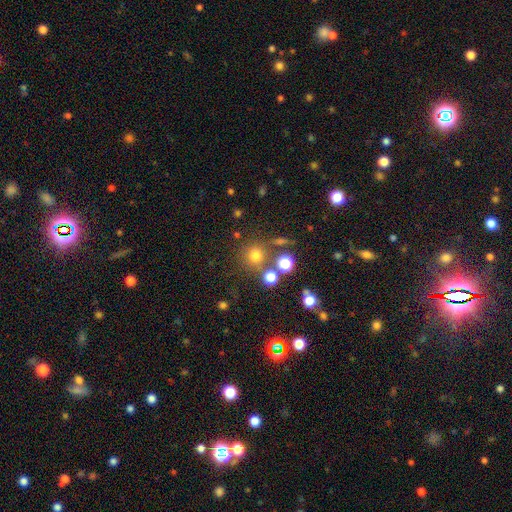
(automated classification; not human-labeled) Smooth or featured?
  - smooth: 71% *
  - star or artifact: 20%
  - featured or disk: 9%
How rounded?
  - round: 91% *
  - in between: 8%
  - cigar-shaped: 1%
Merging?
  - none: 73% *
  - merger: 13%
  - minor disturbance: 10%
  - major disturbance: 5%